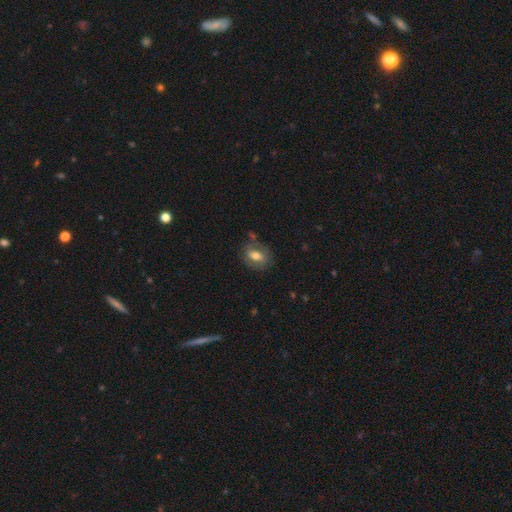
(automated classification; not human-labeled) Smooth or featured? Predicted: smooth (p=0.64). How rounded? Predicted: in between (p=0.68). Merging? Predicted: none (p=0.70).